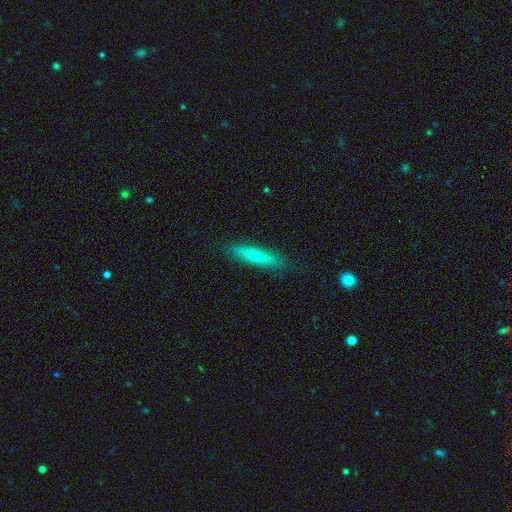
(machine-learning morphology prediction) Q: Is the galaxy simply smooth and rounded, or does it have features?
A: smooth — 62%.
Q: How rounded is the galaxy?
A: cigar-shaped — 83%.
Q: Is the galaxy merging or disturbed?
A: none — 85%.